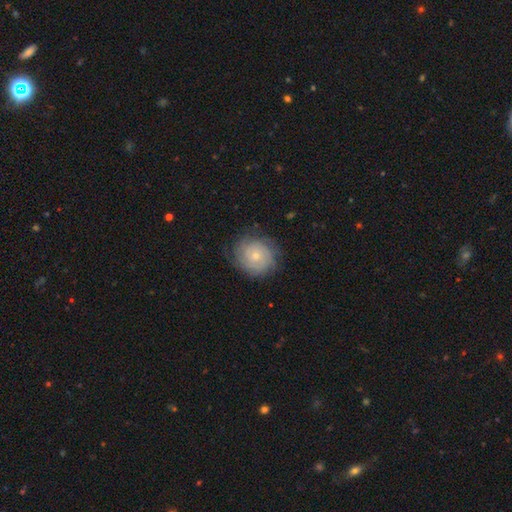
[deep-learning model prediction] A featured or disk galaxy (64%) with no bar (83%), tight (78%) spiral arms (91%) and a small central bulge (68%). Merging: none (80%).